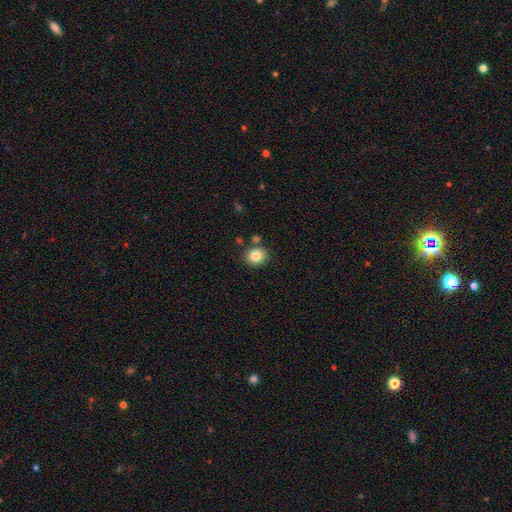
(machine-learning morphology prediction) This appears to be a smooth galaxy with no disk features (83%) that is round (74%). Merging: none (82%).